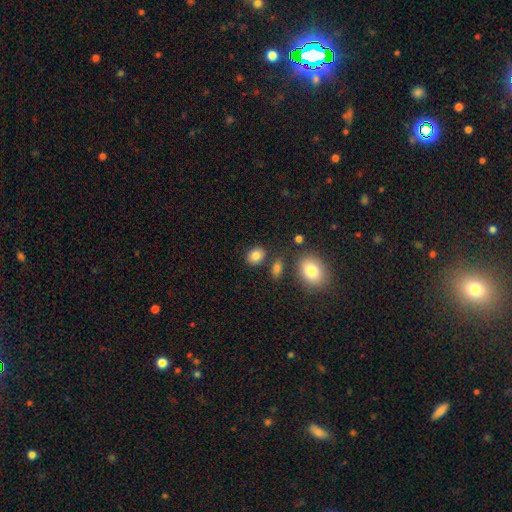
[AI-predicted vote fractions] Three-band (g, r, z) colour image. It shows a smooth galaxy with no disk features (84%) that is in between round and cigar-shaped (59%). Merging: none (80%).